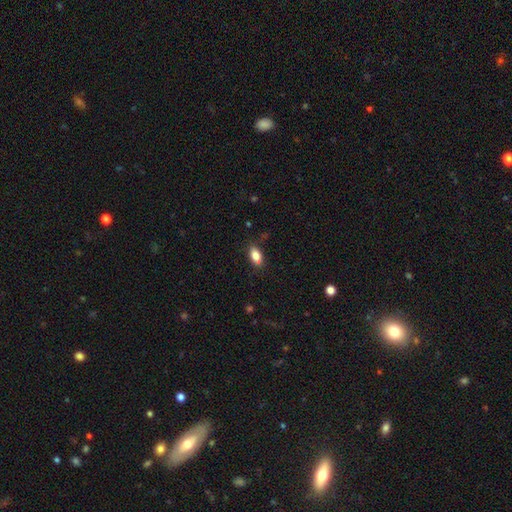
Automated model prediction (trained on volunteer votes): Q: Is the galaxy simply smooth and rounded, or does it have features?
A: smooth — 81%.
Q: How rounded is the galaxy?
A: in between — 88%.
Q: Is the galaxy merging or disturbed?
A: none — 77%.